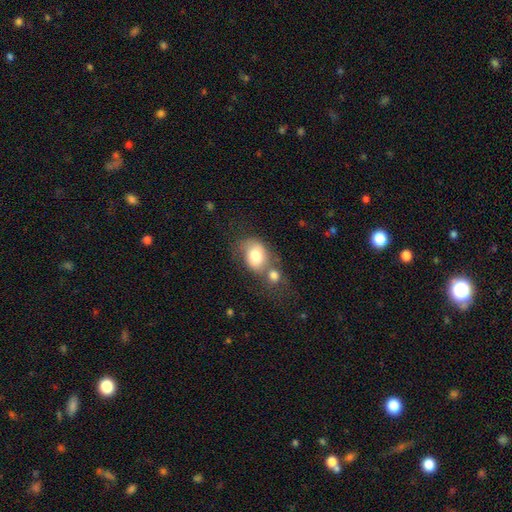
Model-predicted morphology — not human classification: Smooth or featured?
  - smooth: 75% *
  - featured or disk: 17%
  - star or artifact: 8%
How rounded?
  - in between: 62% *
  - round: 37%
  - cigar-shaped: 1%
Merging?
  - merger: 39% *
  - none: 35%
  - minor disturbance: 16%
  - major disturbance: 10%